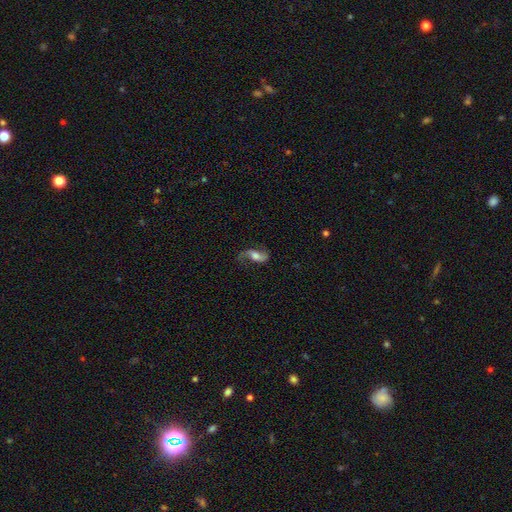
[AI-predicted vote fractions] The model was most divided on "bar": no: 41%, weak: 39%, strong: 20%. Remaining: edge-on disk — no (93%); spiral arms — yes (92%); spiral arm count — 2 (89%); spiral winding — loose (72%); smooth or featured — featured or disk (71%); merging — none (69%); bulge size — moderate (45%).